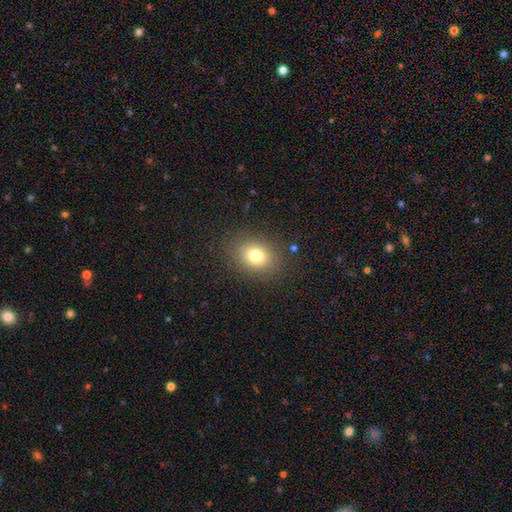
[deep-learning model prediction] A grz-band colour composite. It shows a smooth galaxy with no disk features (76%) that is in between round and cigar-shaped (53%). Merging: none (84%).